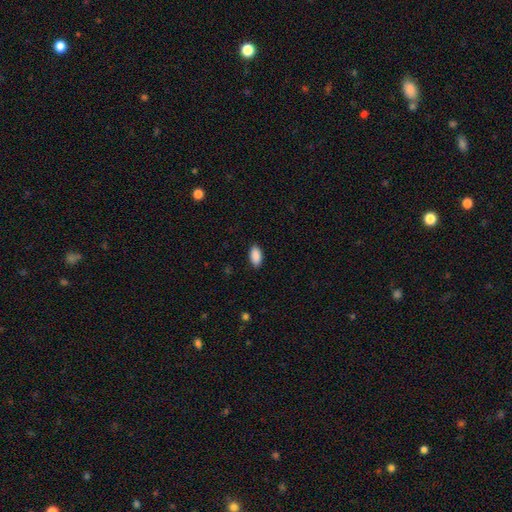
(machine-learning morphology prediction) This is clearly a smooth galaxy (90%). How rounded: clearly in between (93%). Merging: clearly none (88%).